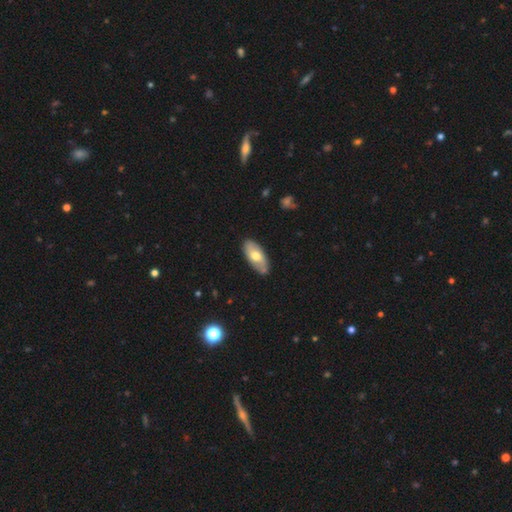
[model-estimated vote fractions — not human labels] smooth 58%, featured or disk 37%, star or artifact 5%. Down the decision tree: how rounded — in between (89%); merging — none (80%).